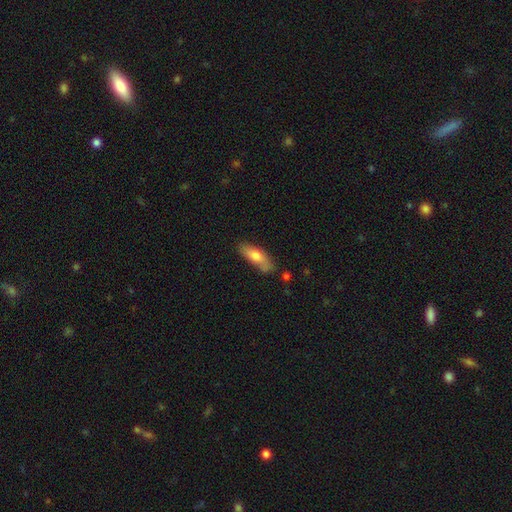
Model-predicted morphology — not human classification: This appears to be a smooth galaxy with no disk features (72%) that is in between round and cigar-shaped (62%). Merging: none (65%).